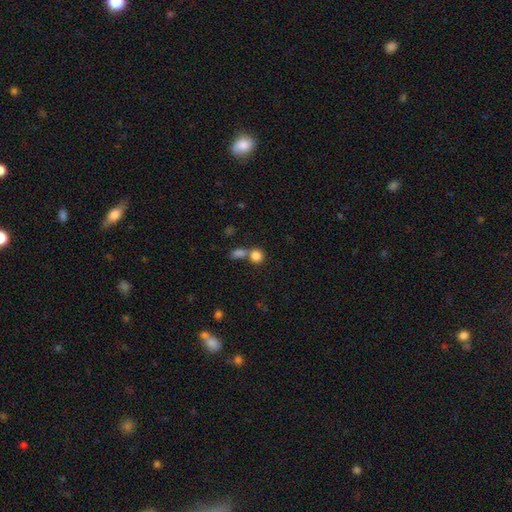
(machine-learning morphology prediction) Q: Smooth or featured?
A: smooth (84%); runner-up: star or artifact (10%)
Q: How rounded?
A: round (82%); runner-up: in between (17%)
Q: Merging?
A: none (47%); runner-up: merger (41%)